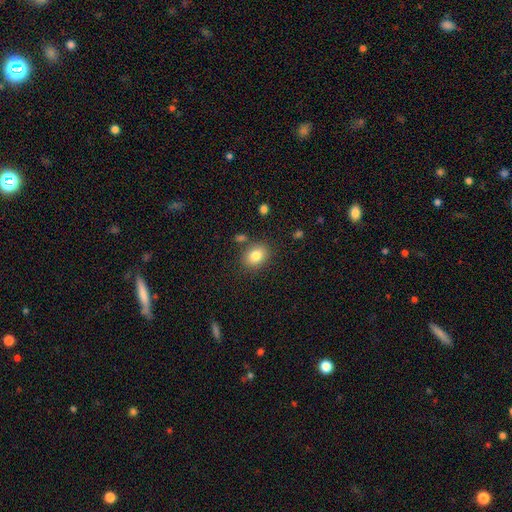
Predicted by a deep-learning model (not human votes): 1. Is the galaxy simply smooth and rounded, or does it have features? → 82% smooth, 9% star or artifact, 9% featured or disk.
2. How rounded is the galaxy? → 61% in between, 38% round, 1% cigar-shaped.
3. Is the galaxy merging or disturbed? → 81% none, 11% minor disturbance, 5% merger, 3% major disturbance.